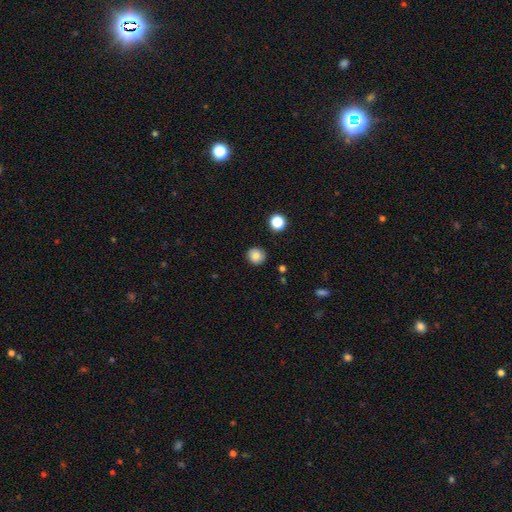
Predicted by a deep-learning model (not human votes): Smooth or featured? smooth (84%)
How rounded? round (92%)
Merging? none (89%)